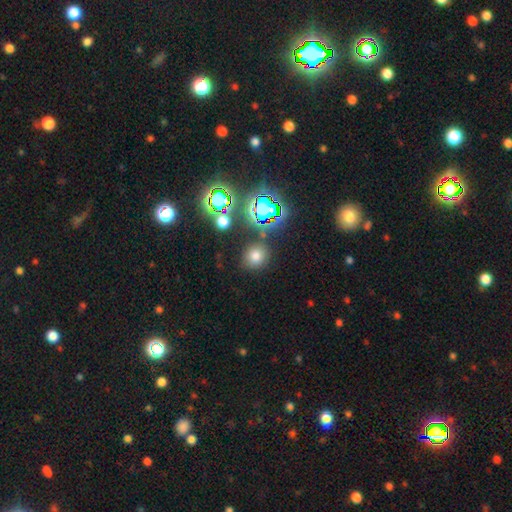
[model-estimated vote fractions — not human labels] This appears to be a smooth galaxy with no disk features (69%) that is round (81%). Merging: none (80%).